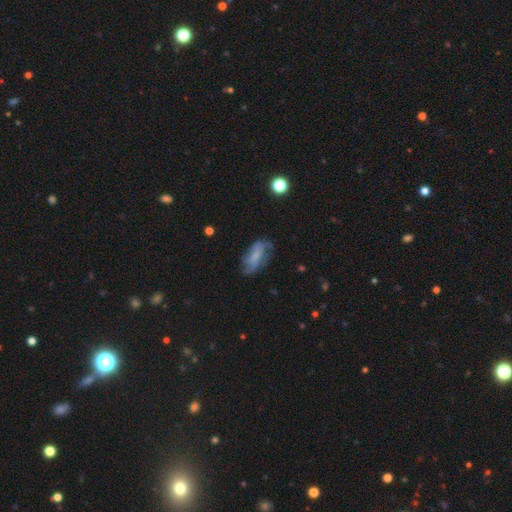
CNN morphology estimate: smooth_or_featured: featured or disk (p=0.49) [alt: smooth p=0.42]
merging: none (p=0.55) [alt: minor disturbance p=0.27]